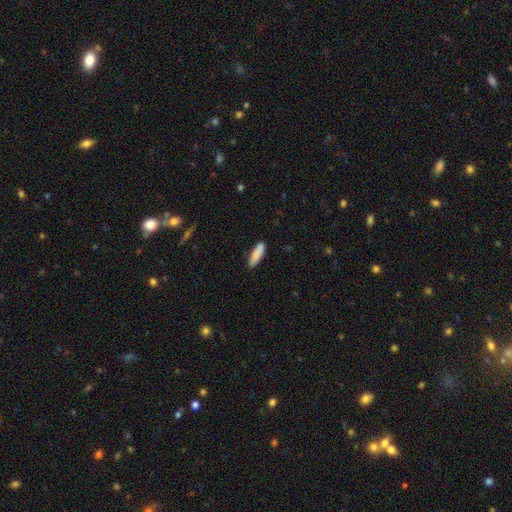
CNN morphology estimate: A smooth galaxy with no disk features (88%) that is cigar-shaped (61%). Merging: none (85%).